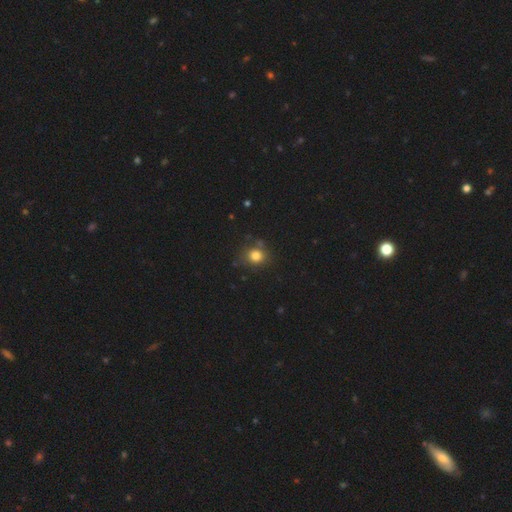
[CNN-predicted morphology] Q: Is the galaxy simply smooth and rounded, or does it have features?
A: smooth — 81%.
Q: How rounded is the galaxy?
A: round — 79%.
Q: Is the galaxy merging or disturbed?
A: none — 78%.